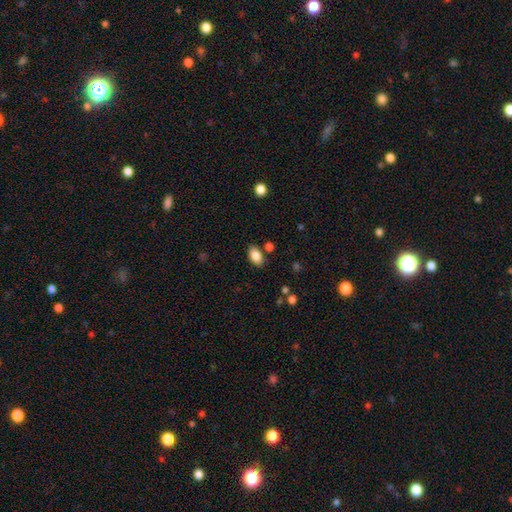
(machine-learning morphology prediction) type=smooth (86%); roundness=in between (92%); merging=none (81%).